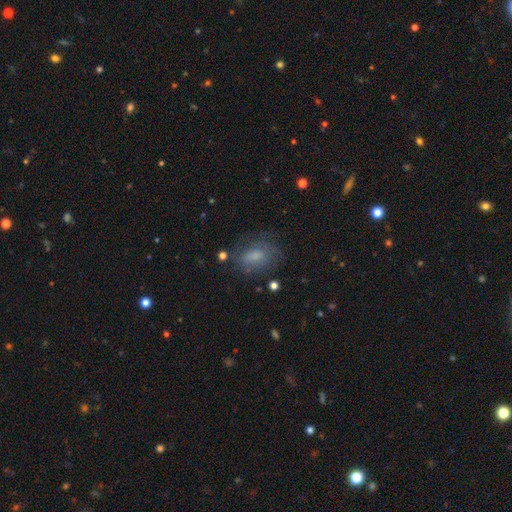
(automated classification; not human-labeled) smooth_or_featured: smooth (p=0.60) [alt: featured or disk p=0.24]
how_rounded: in between (p=0.80) [alt: round p=0.16]
merging: none (p=0.65) [alt: minor disturbance p=0.21]